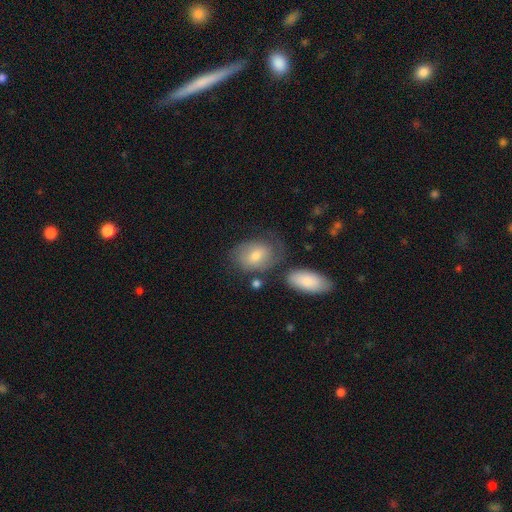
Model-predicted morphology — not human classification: The model was most divided on "smooth or featured": smooth: 60%, featured or disk: 32%, star or artifact: 8%. More confident: how rounded — in between (73%); merging — none (53%).